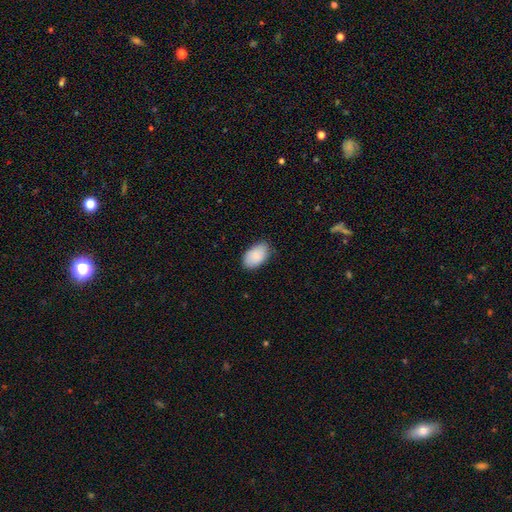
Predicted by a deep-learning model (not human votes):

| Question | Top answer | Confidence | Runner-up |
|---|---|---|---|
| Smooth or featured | smooth | 88% | star or artifact (6%) |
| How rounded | in between | 93% | round (5%) |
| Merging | none | 80% | minor disturbance (17%) |